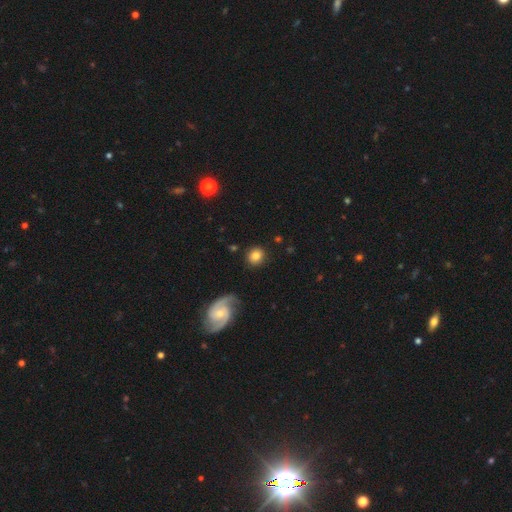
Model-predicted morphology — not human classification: smooth 75%, featured or disk 16%, star or artifact 9%. Down the decision tree: how rounded — round (84%); merging — none (85%).